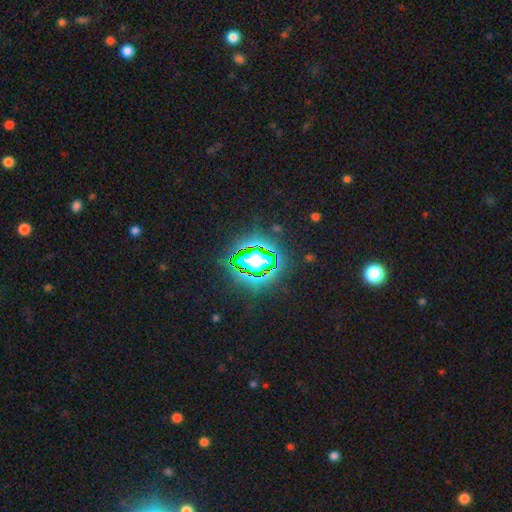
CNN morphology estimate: type=star or artifact (68%).